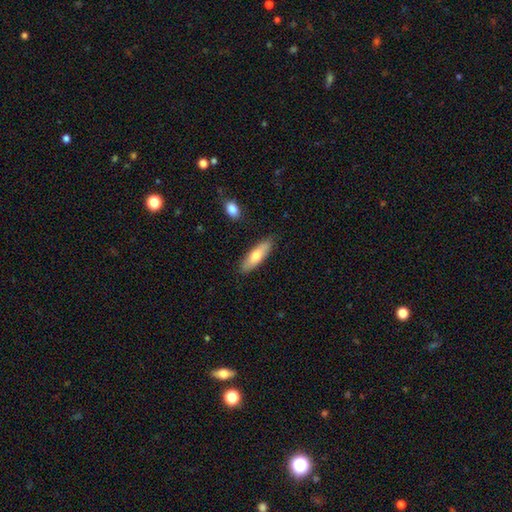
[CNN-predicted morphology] Smooth or featured: smooth — 70% (featured or disk — 24%)
How rounded: cigar-shaped — 50% (in between — 48%)
Merging: none — 85% (minor disturbance — 11%)